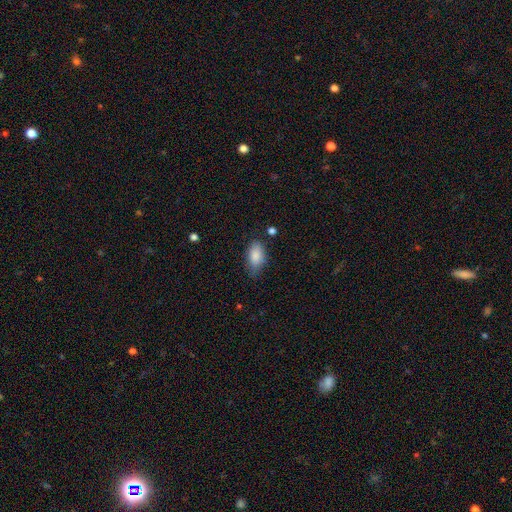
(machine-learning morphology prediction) smooth-or-featured: smooth: 85% | featured or disk: 8% | star or artifact: 7%
  how-rounded: in between: 91% | round: 5% | cigar-shaped: 4%
  merging: none: 64% | minor disturbance: 28% | major disturbance: 6% | merger: 2%